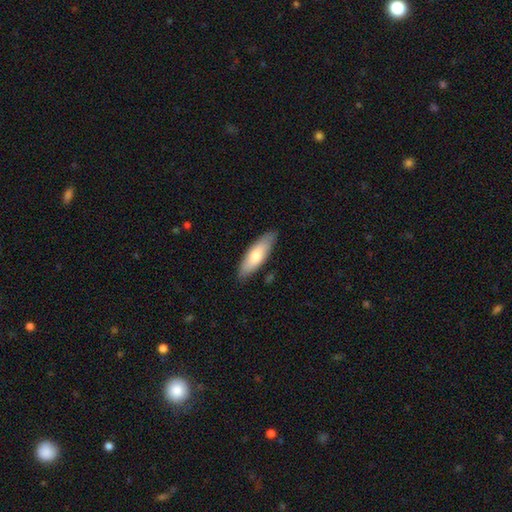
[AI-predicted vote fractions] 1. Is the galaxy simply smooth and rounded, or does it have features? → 71% smooth, 24% featured or disk, 5% star or artifact.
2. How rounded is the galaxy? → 52% in between, 46% cigar-shaped, 2% round.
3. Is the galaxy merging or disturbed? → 86% none, 11% minor disturbance, 2% major disturbance, 1% merger.